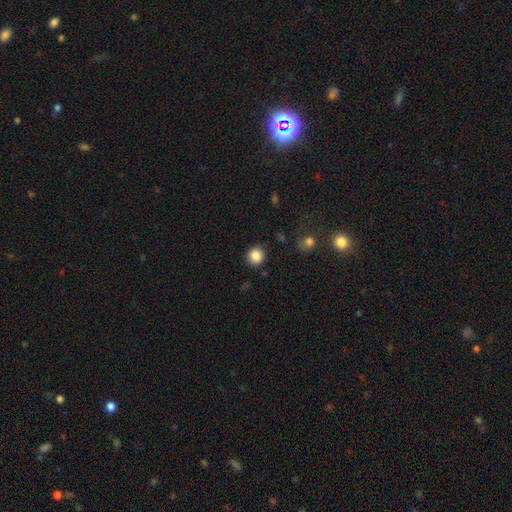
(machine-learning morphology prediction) A smooth galaxy with no disk features (86%) that is round (90%). Merging: none (89%).